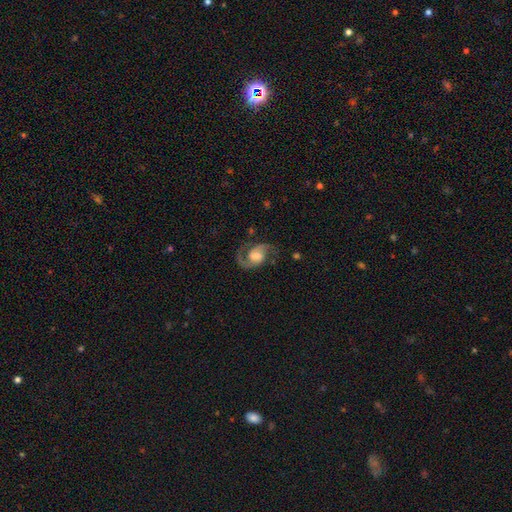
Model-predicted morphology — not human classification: This is clearly a featured or disk galaxy (85%). It is clearly not viewed edge-on (98%). Bar: possibly no (50%). Spiral arm pattern: clearly yes (96%). Spiral arm count: clearly 2 (89%). Spiral winding: possibly medium (55%). Central bulge: marginally large (36%). Merging: likely none (71%).